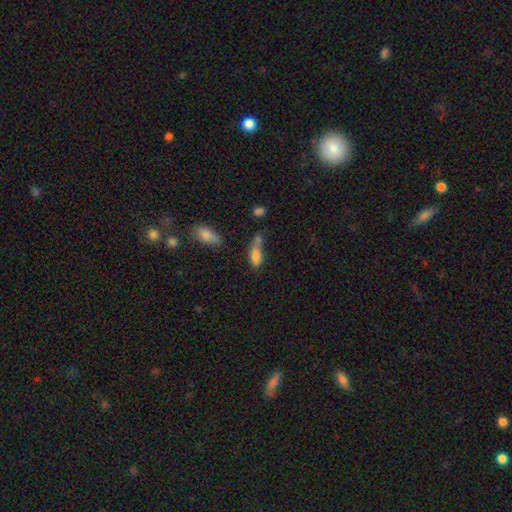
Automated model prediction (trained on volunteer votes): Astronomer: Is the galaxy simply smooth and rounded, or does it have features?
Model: smooth — 79%.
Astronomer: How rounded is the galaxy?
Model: in between — 72%.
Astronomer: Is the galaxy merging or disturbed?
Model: merger — 33% (runner-up: none, 32%).